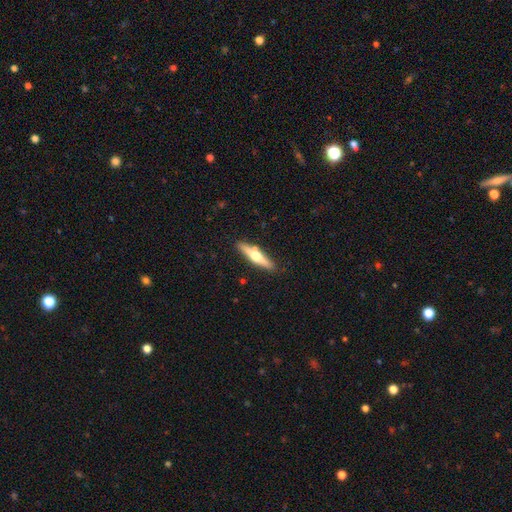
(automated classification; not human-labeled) Morphology: type=featured or disk (55%); edge-on=yes (94%); edge-on bulge=rounded (93%); merging=none (85%).